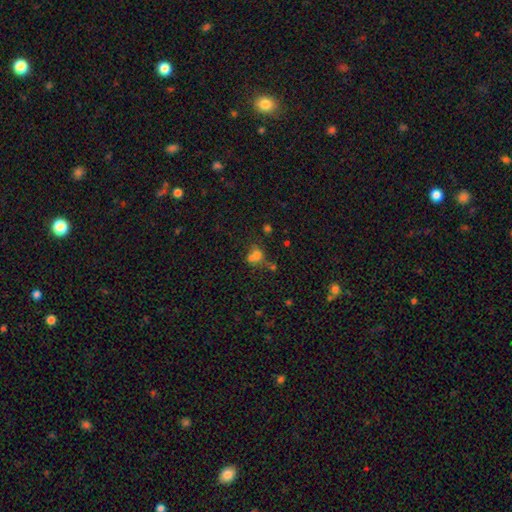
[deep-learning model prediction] smooth-or-featured: smooth: 64% | star or artifact: 20% | featured or disk: 16%
  how-rounded: round: 61% | in between: 37% | cigar-shaped: 2%
  merging: merger: 47% | none: 33% | minor disturbance: 12% | major disturbance: 9%